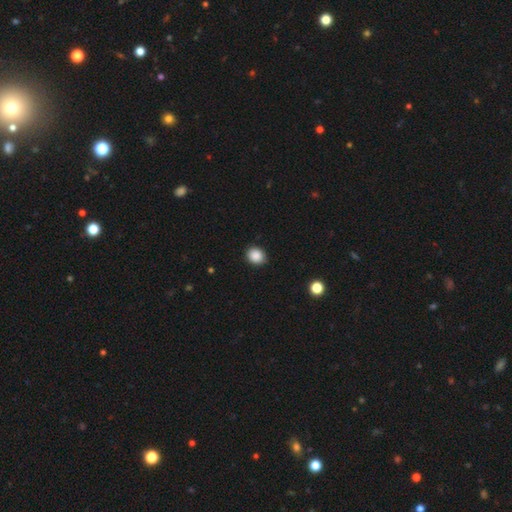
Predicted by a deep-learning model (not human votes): This appears to be a smooth galaxy with no disk features (88%) that is round (71%). Merging: none (88%).